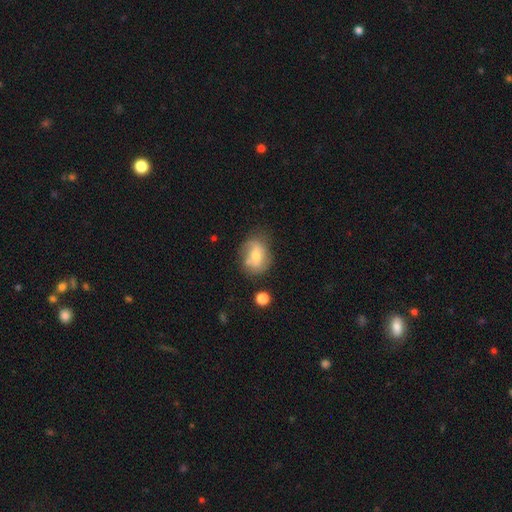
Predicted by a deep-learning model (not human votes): smooth_or_featured: smooth (p=0.55) [alt: featured or disk p=0.36]
how_rounded: in between (p=0.54) [alt: round p=0.45]
merging: none (p=0.51) [alt: minor disturbance p=0.27]